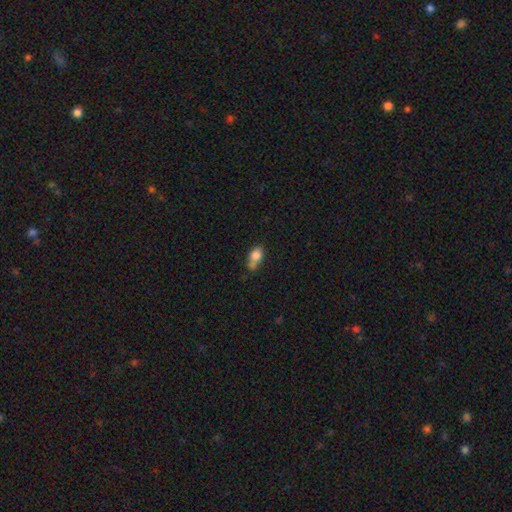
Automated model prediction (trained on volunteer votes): smooth_or_featured: smooth (p=0.78) [alt: featured or disk p=0.12]
how_rounded: in between (p=0.67) [alt: round p=0.29]
merging: none (p=0.37) [alt: merger p=0.27]